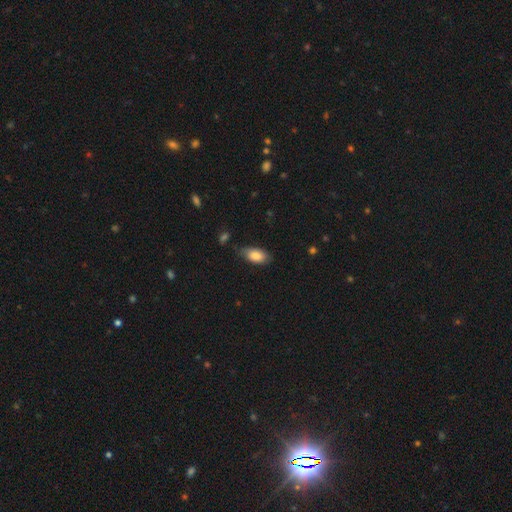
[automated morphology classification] A smooth galaxy with no disk features (83%) that is in between round and cigar-shaped (92%). Merging: none (75%).